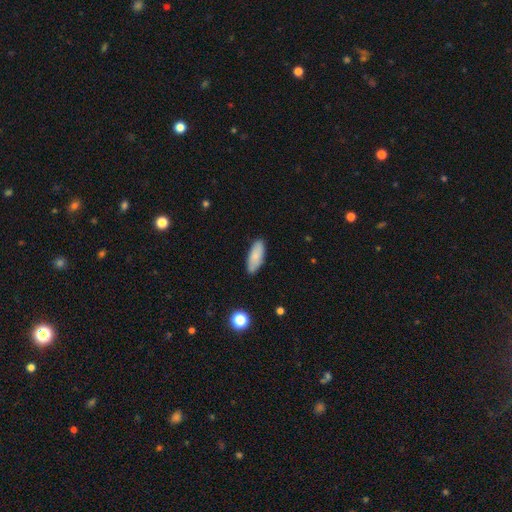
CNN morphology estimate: type=smooth (83%); roundness=in between (73%); merging=none (86%).